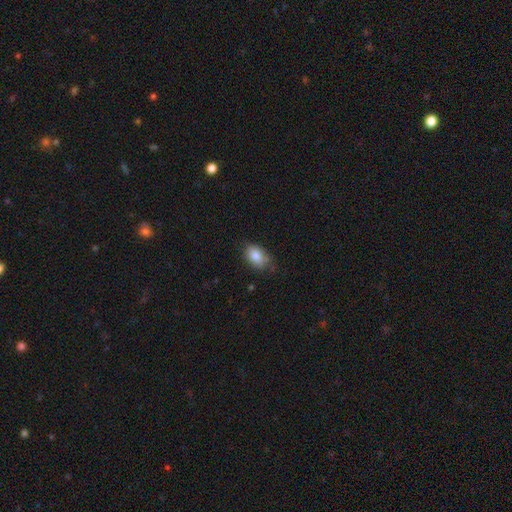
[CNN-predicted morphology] This appears to be a smooth galaxy with no disk features (84%) that is in between round and cigar-shaped (86%). Merging: none (67%).